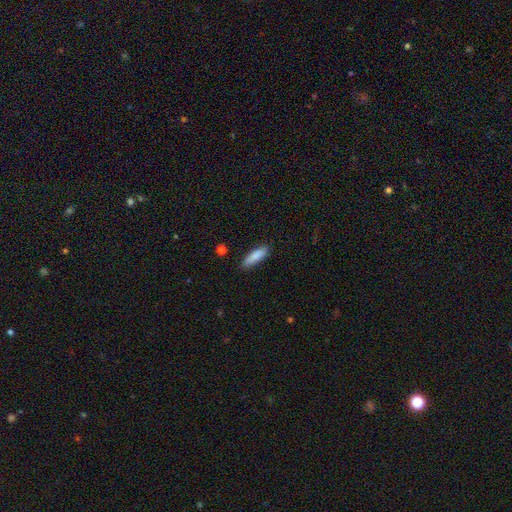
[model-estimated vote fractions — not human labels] A smooth galaxy with no disk features (84%) that is cigar-shaped (58%). Merging: none (85%).